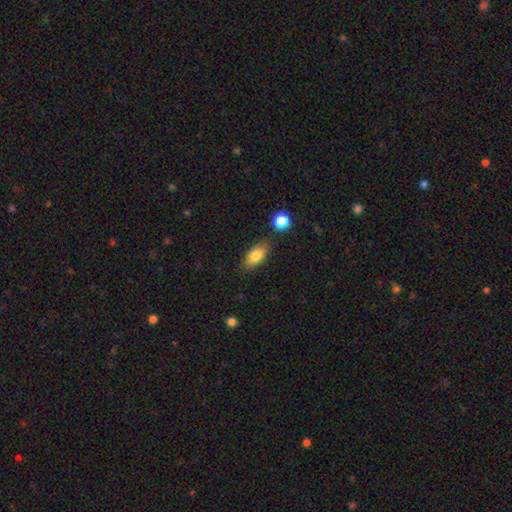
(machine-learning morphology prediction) This is likely a smooth galaxy (80%). How rounded: clearly in between (86%). Merging: clearly none (80%).